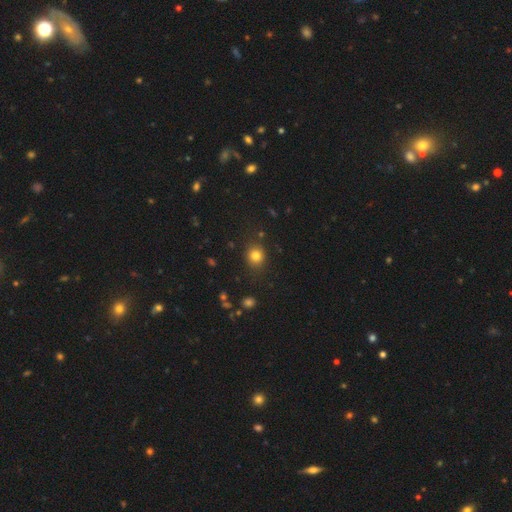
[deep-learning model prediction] This is clearly a smooth galaxy (80%). How rounded: likely round (78%). Merging: clearly none (85%).